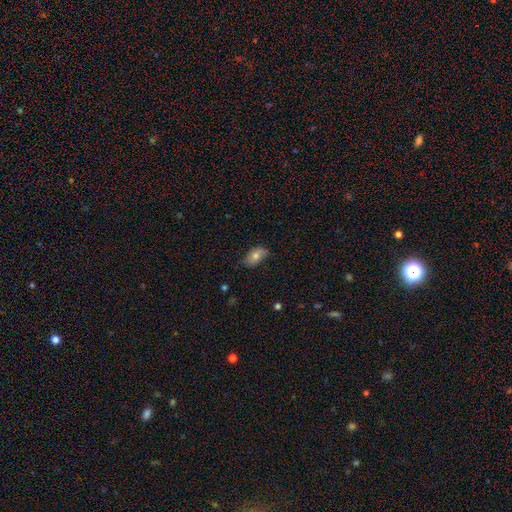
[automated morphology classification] Overall: smooth (73%). How rounded: in between (91%). Merging: none (69%).